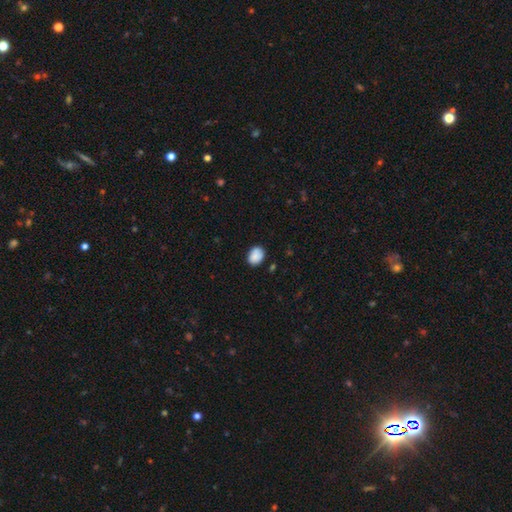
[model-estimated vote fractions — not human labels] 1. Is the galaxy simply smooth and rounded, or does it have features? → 86% smooth, 8% star or artifact, 6% featured or disk.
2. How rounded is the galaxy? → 61% in between, 38% round, 1% cigar-shaped.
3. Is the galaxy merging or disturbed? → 76% none, 18% minor disturbance, 3% major disturbance, 3% merger.